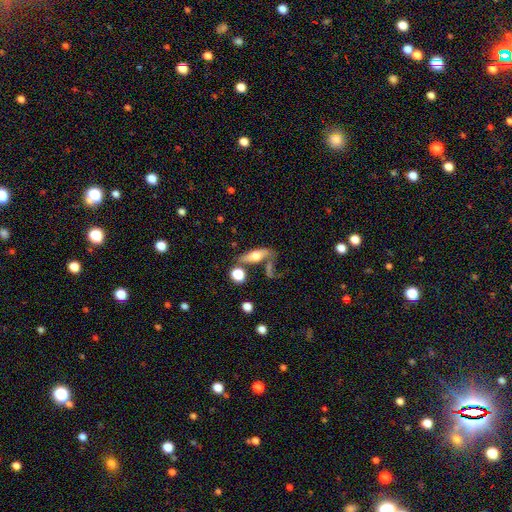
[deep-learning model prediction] This is possibly a smooth galaxy (51%). How rounded: possibly in between (51%). Merging: possibly none (55%).